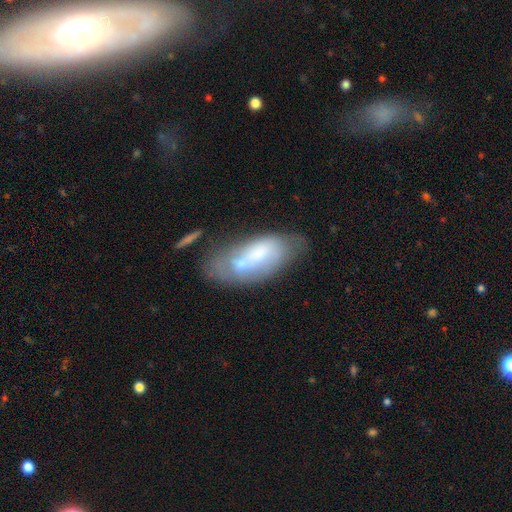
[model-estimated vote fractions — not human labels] Morphology: type=smooth (56%); roundness=in between (85%); merging=none (35%).